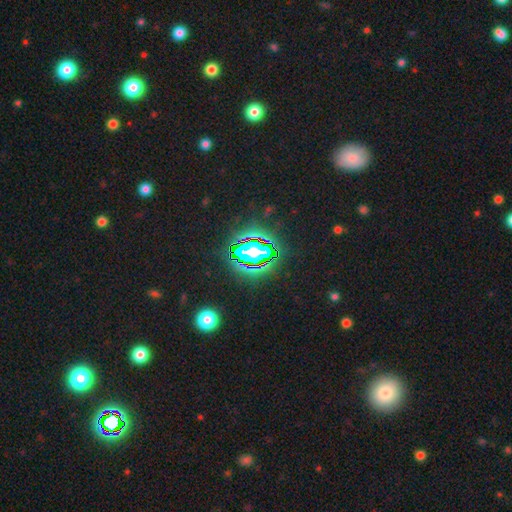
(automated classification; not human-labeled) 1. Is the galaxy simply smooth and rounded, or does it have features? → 71% star or artifact, 17% smooth, 12% featured or disk.